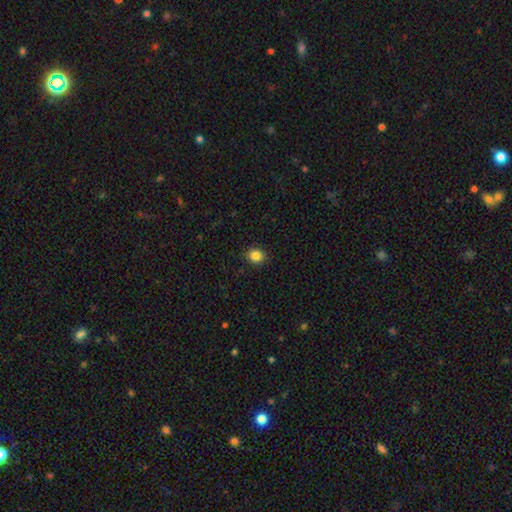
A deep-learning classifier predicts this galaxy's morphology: Smooth or featured: smooth — 84% (star or artifact — 11%)
How rounded: round — 83% (in between — 16%)
Merging: none — 91% (minor disturbance — 6%)